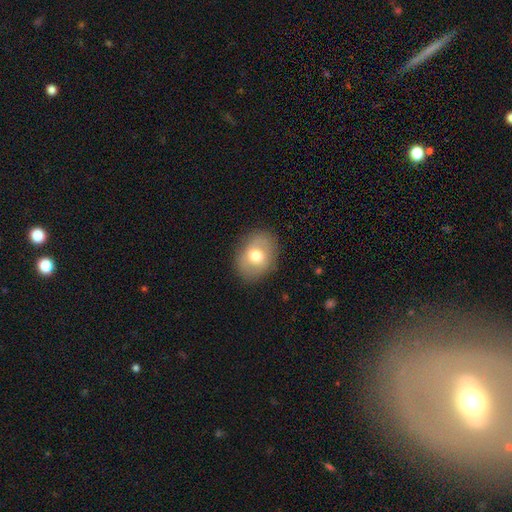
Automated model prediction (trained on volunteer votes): Smooth or featured? Predicted: smooth (p=0.66). How rounded? Predicted: in between (p=0.58). Merging? Predicted: none (p=0.84).